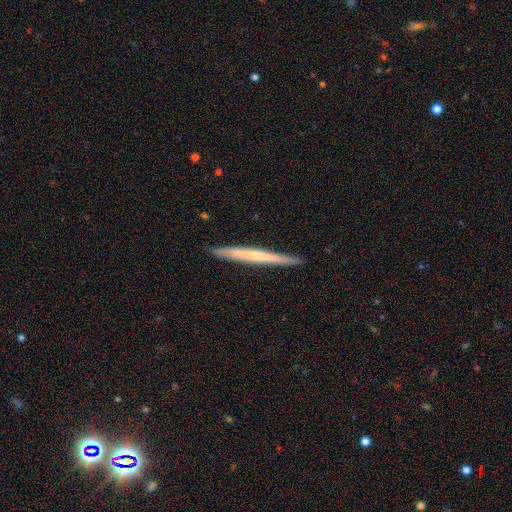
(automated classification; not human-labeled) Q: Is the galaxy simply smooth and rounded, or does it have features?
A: featured or disk — 51%.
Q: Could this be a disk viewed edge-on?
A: yes — 97%.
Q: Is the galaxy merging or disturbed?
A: none — 91%.